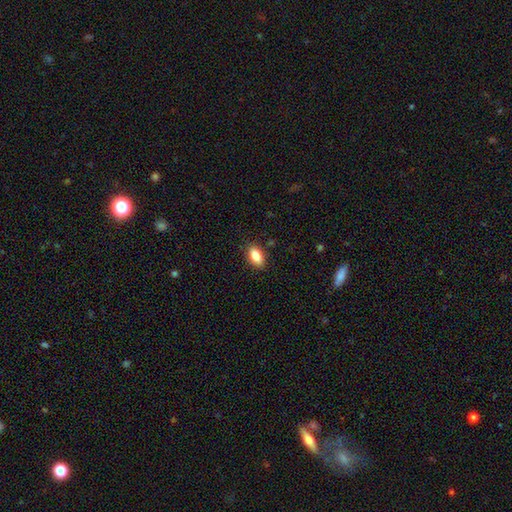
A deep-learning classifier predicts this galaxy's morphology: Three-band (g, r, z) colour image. It shows a smooth galaxy with no disk features (85%) that is in between round and cigar-shaped (90%). Merging: none (86%).